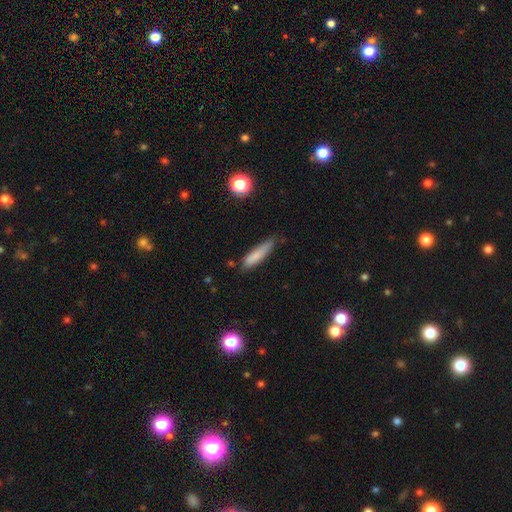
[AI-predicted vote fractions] Overall: smooth (80%). How rounded: cigar-shaped (80%). Merging: none (65%; minor disturbance 27%).